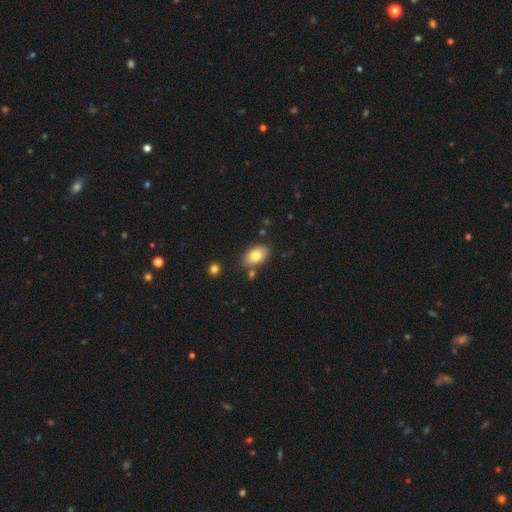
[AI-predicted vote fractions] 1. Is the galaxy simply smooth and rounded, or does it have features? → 81% smooth, 11% featured or disk, 8% star or artifact.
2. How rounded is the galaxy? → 89% in between, 9% round, 1% cigar-shaped.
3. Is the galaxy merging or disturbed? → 79% none, 12% minor disturbance, 7% merger, 3% major disturbance.